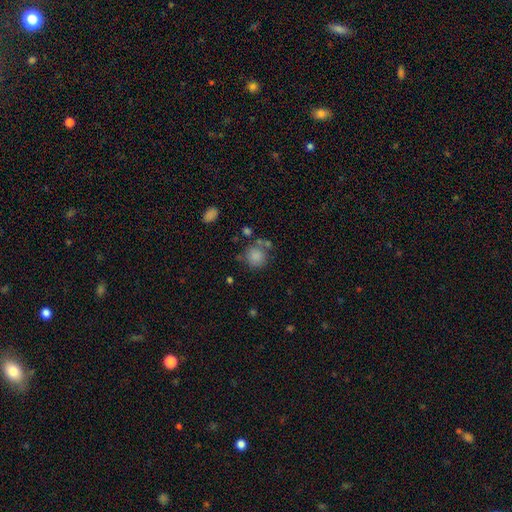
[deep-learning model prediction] A smooth galaxy with no disk features (83%) that is round (87%). Merging: none (64%).